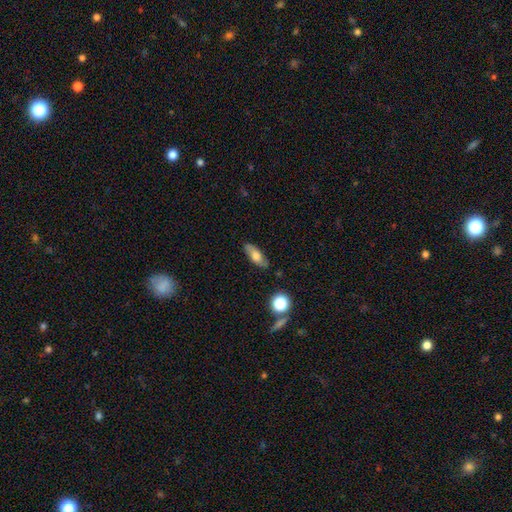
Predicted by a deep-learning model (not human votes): This is likely a smooth galaxy (64%). How rounded: likely in between (67%). Merging: likely none (80%).